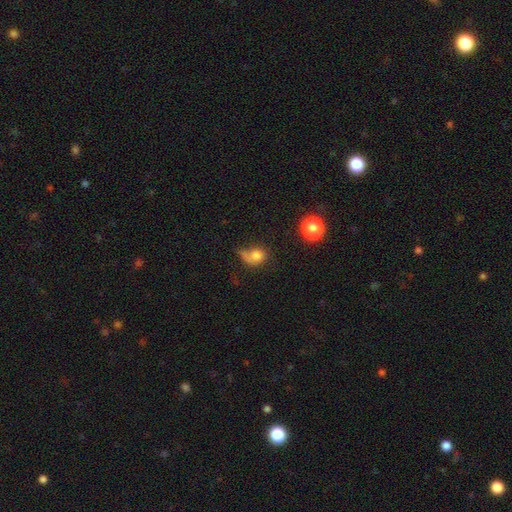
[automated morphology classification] smooth_or_featured: smooth (p=0.72) [alt: featured or disk p=0.16]
how_rounded: round (p=0.62) [alt: in between p=0.36]
merging: none (p=0.34) [alt: major disturbance p=0.27]